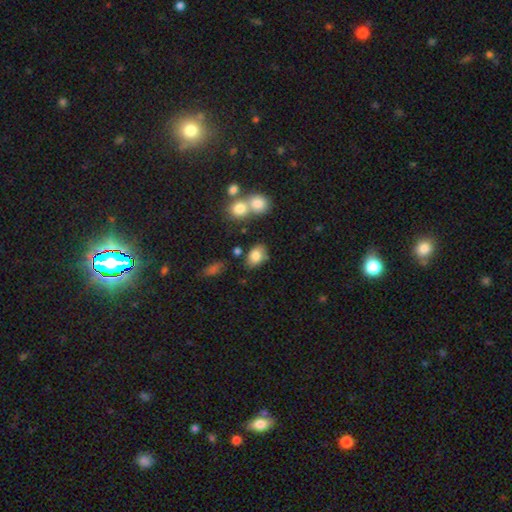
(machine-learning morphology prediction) Smooth or featured? Predicted: smooth (p=0.81). How rounded? Predicted: in between (p=0.82). Merging? Predicted: none (p=0.67).